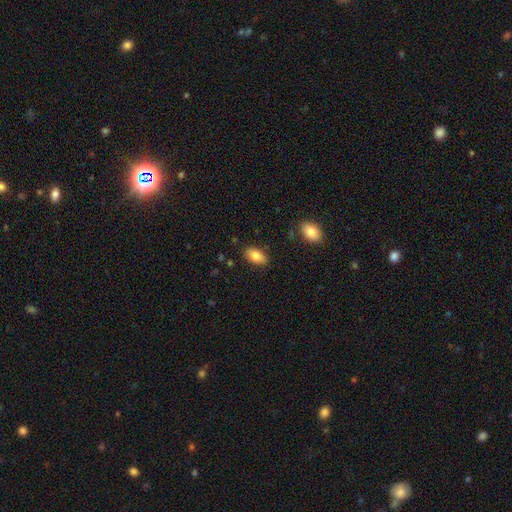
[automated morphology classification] A smooth galaxy with no disk features (82%) that is in between round and cigar-shaped (92%). Merging: none (85%).